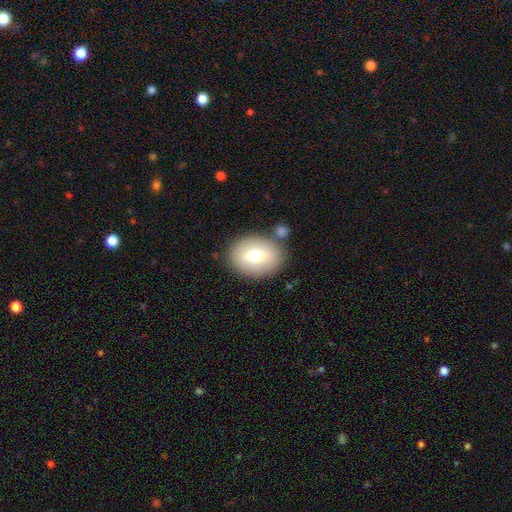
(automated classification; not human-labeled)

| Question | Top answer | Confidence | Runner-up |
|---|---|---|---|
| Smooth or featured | smooth | 66% | featured or disk (27%) |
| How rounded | in between | 70% | round (29%) |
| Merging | none | 78% | minor disturbance (11%) |